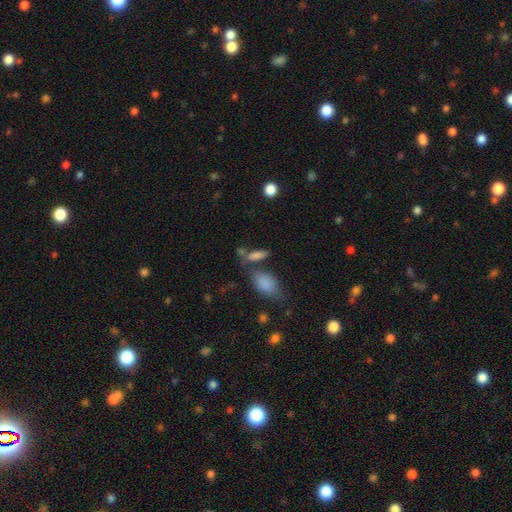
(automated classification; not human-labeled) A smooth galaxy with no disk features (78%) that is in between round and cigar-shaped (63%).

Vote fractions:
- Smooth or featured? smooth: 78% / featured or disk: 11% / star or artifact: 10%
- How rounded? in between: 63% / cigar-shaped: 32% / round: 6%
- Merging? none: 52% / merger: 26% / minor disturbance: 14% / major disturbance: 7%